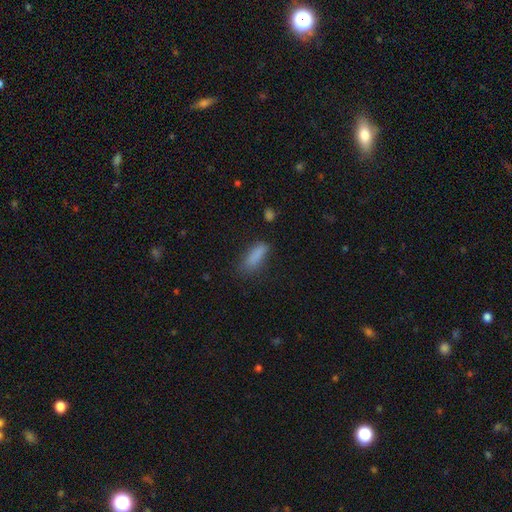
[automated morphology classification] Smooth or featured?
  - smooth: 84% *
  - star or artifact: 10%
  - featured or disk: 6%
How rounded?
  - in between: 57% *
  - cigar-shaped: 41%
  - round: 2%
Merging?
  - none: 67% *
  - minor disturbance: 23%
  - major disturbance: 8%
  - merger: 3%